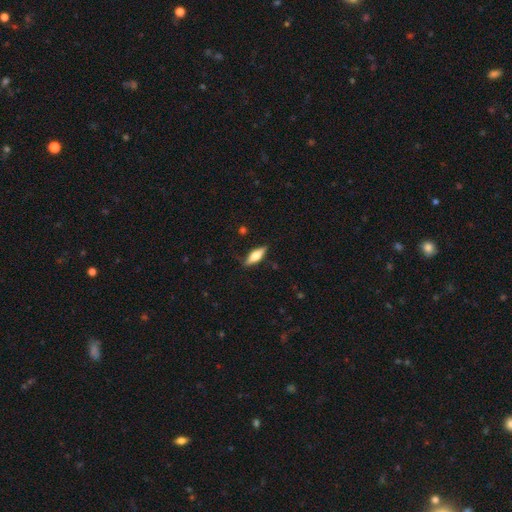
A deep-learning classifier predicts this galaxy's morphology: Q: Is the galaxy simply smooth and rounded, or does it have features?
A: smooth — 51%.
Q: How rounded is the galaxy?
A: in between — 55%.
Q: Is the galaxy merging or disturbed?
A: none — 83%.